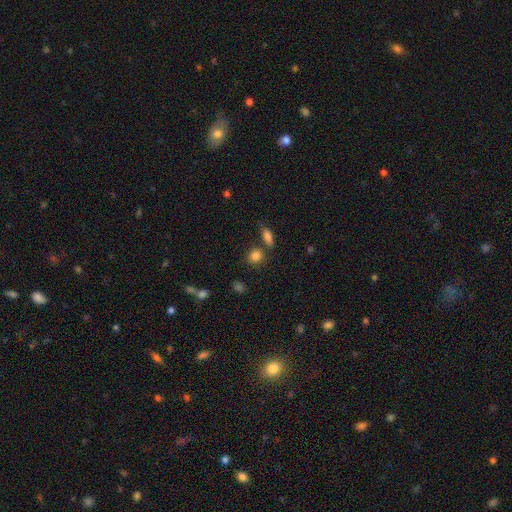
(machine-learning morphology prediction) Overall: smooth (84%). How rounded: round (67%; in between 30%). Merging: none (70%).